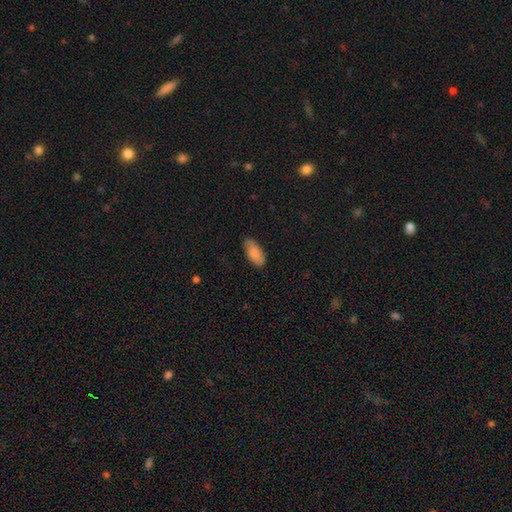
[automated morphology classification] Smooth or featured? Predicted: smooth (p=0.78). How rounded? Predicted: in between (p=0.90). Merging? Predicted: none (p=0.79).